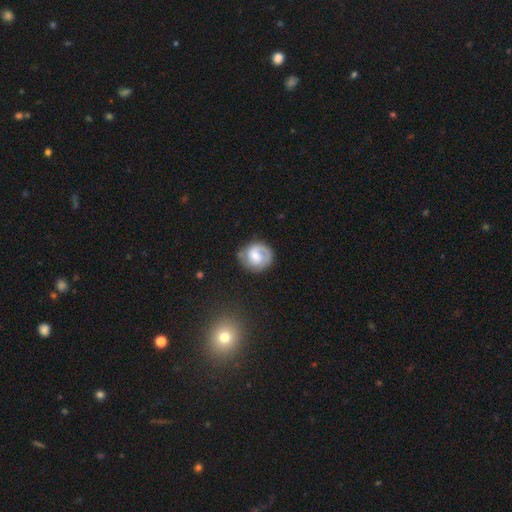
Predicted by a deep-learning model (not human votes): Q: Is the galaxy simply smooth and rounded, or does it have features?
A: featured or disk — 55%.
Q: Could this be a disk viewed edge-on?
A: no — 97%.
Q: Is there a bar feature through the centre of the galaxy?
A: no — 48%.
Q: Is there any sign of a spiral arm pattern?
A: yes — 84%.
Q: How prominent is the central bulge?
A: moderate — 47%.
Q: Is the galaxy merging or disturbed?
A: none — 68%.